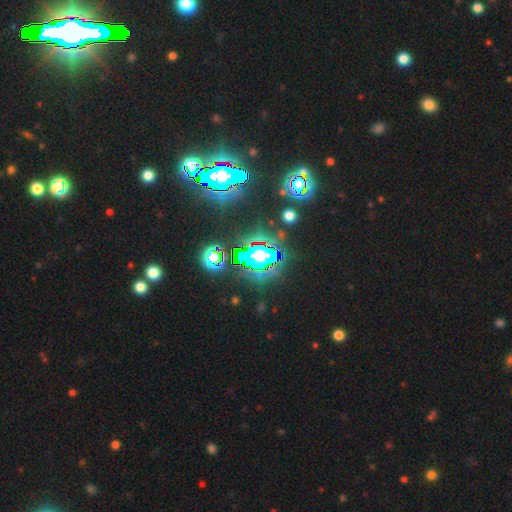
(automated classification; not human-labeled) smooth_or_featured: star or artifact (p=0.84) [alt: smooth p=0.09]